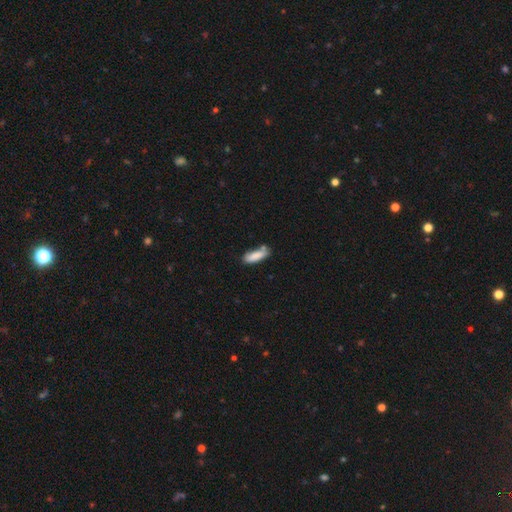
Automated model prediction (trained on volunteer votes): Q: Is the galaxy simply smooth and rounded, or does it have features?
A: smooth — 85%.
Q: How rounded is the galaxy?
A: in between — 52%.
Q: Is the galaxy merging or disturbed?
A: none — 64%.